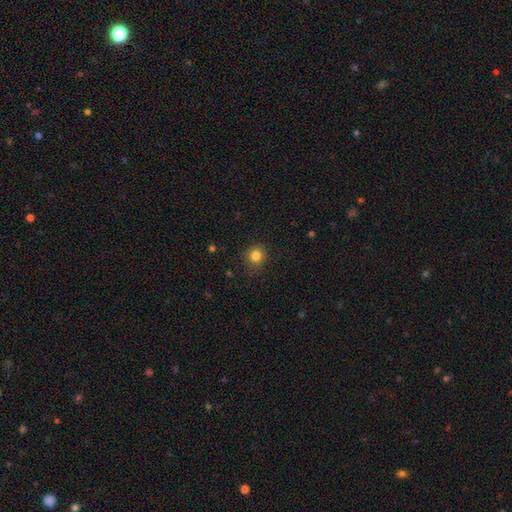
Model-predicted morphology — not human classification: Smooth or featured? Predicted: smooth (p=0.82). How rounded? Predicted: round (p=0.88). Merging? Predicted: none (p=0.86).